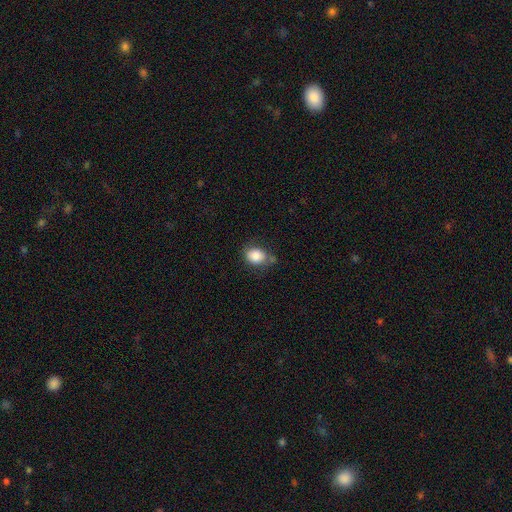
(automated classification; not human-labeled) smooth_or_featured: smooth (p=0.83) [alt: star or artifact p=0.09]
how_rounded: in between (p=0.58) [alt: round p=0.41]
merging: none (p=0.62) [alt: minor disturbance p=0.24]